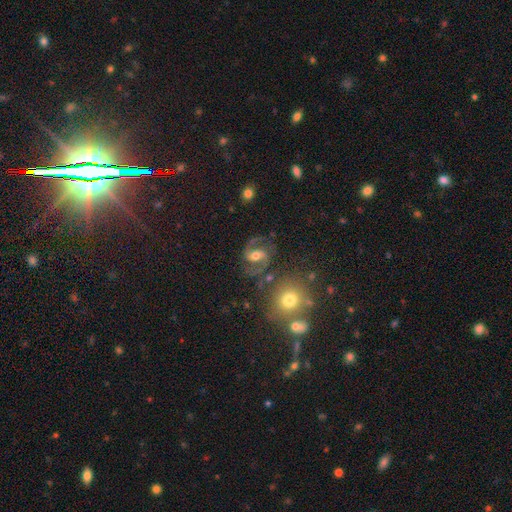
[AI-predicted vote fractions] featured or disk 87%, smooth 7%, star or artifact 7%. Down the decision tree: edge-on disk — no (98%); bar — weak (44%); spiral arms — yes (97%); spiral arm count — 2 (94%); spiral winding — medium (63%); bulge size — moderate (68%); merging — none (75%).